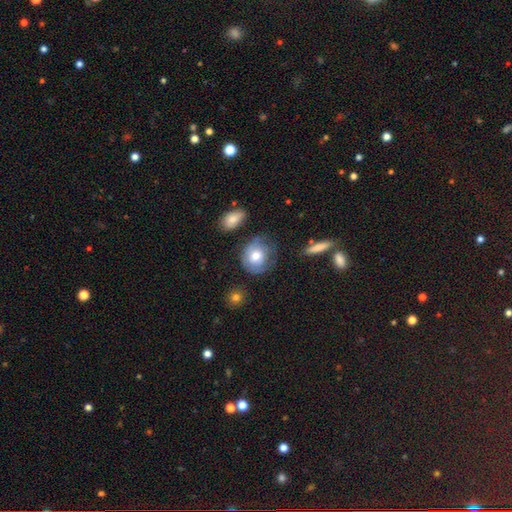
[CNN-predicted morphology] smooth-or-featured: smooth: 61% | featured or disk: 31% | star or artifact: 8%
  how-rounded: round: 75% | in between: 23% | cigar-shaped: 1%
  merging: none: 56% | minor disturbance: 27% | major disturbance: 13% | merger: 4%